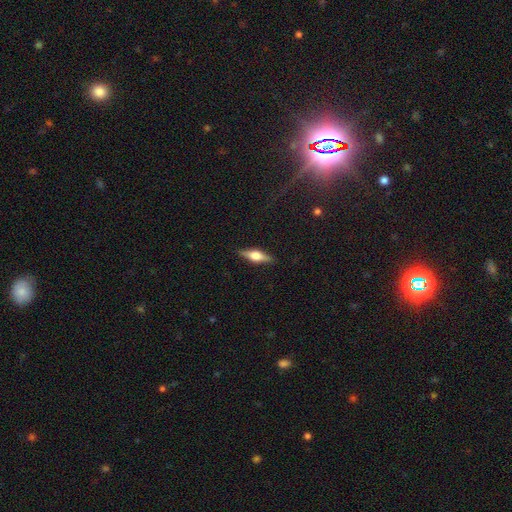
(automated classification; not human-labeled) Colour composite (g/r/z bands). It shows a featured or disk galaxy (62%) viewed edge-on (96%) with a rounded central bulge (91%). Merging: none (89%).